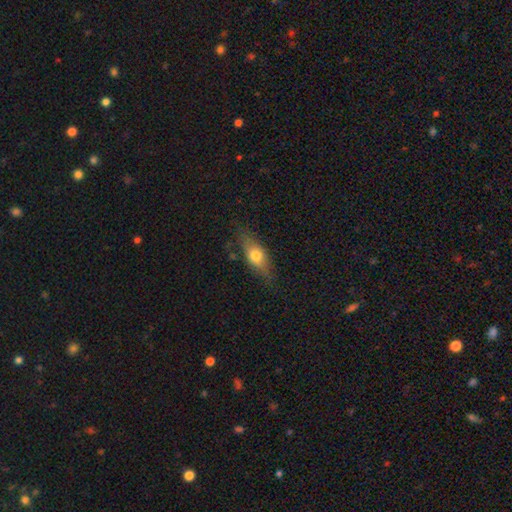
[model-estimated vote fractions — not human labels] A smooth galaxy with no disk features (65%) that is in between round and cigar-shaped (70%).

Vote fractions:
- Smooth or featured? smooth: 65% / featured or disk: 27% / star or artifact: 8%
- How rounded? in between: 70% / cigar-shaped: 22% / round: 9%
- Merging? none: 74% / minor disturbance: 19% / major disturbance: 5% / merger: 2%